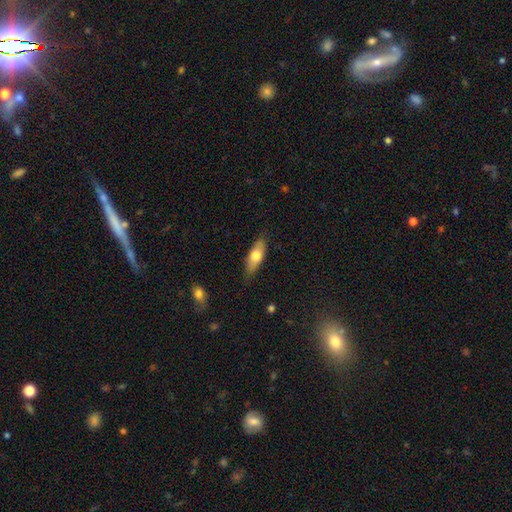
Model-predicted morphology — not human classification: type=smooth (67%); roundness=in between (65%); merging=none (81%).